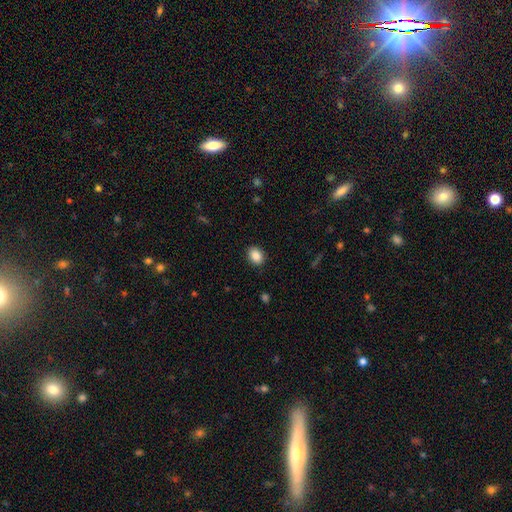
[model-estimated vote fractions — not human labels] Smooth or featured: smooth — 87% (star or artifact — 8%)
How rounded: in between — 59% (round — 40%)
Merging: none — 89% (minor disturbance — 8%)